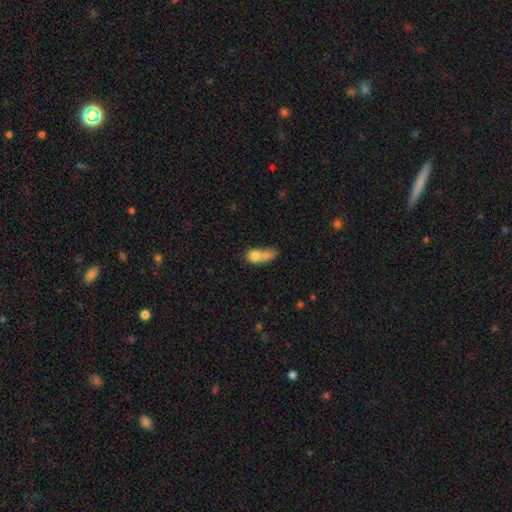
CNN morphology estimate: This appears to be a smooth galaxy with no disk features (71%) that is in between round and cigar-shaped (59%). Merging: merger (52%).